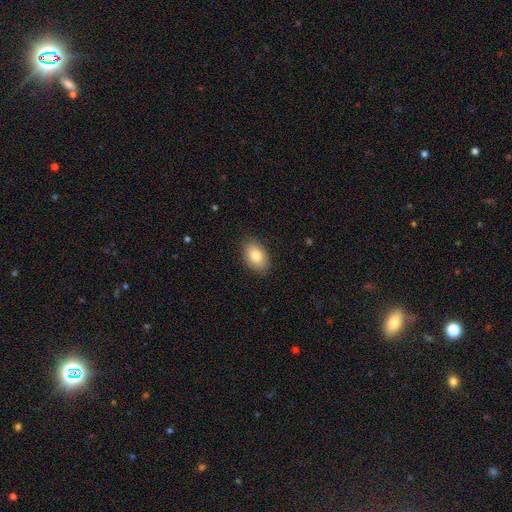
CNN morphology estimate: Smooth or featured: smooth — 82% (featured or disk — 10%)
How rounded: in between — 90% (round — 9%)
Merging: none — 87% (minor disturbance — 10%)